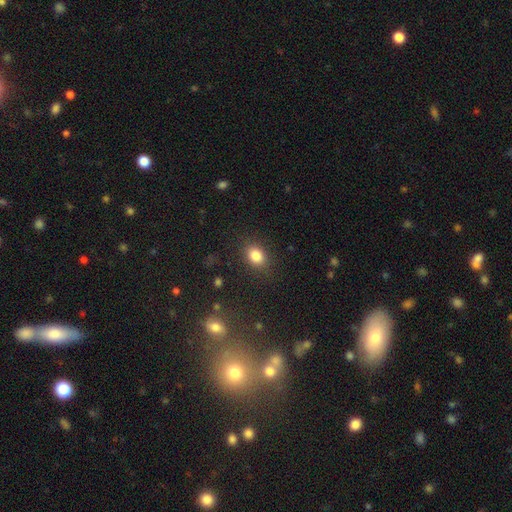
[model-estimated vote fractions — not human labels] Smooth or featured? Predicted: smooth (p=0.84). How rounded? Predicted: in between (p=0.65). Merging? Predicted: none (p=0.85).